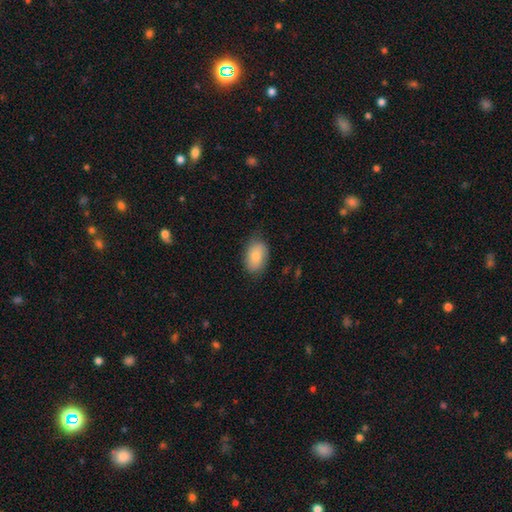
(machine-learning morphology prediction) smooth_or_featured: smooth (p=0.82) [alt: featured or disk p=0.11]
how_rounded: in between (p=0.90) [alt: round p=0.09]
merging: none (p=0.75) [alt: minor disturbance p=0.20]